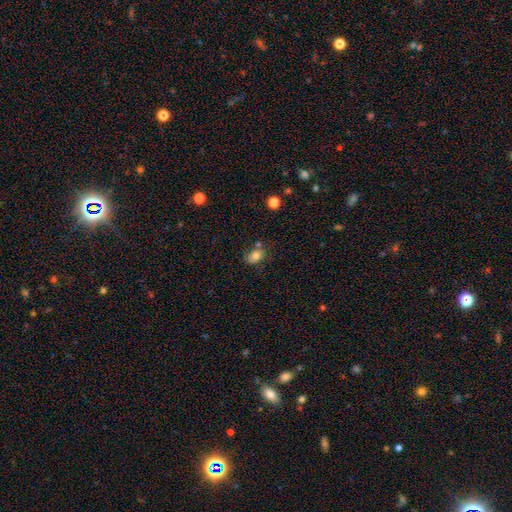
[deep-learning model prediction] smooth_or_featured: smooth (p=0.76) [alt: featured or disk p=0.13]
how_rounded: in between (p=0.77) [alt: round p=0.21]
merging: none (p=0.60) [alt: minor disturbance p=0.22]